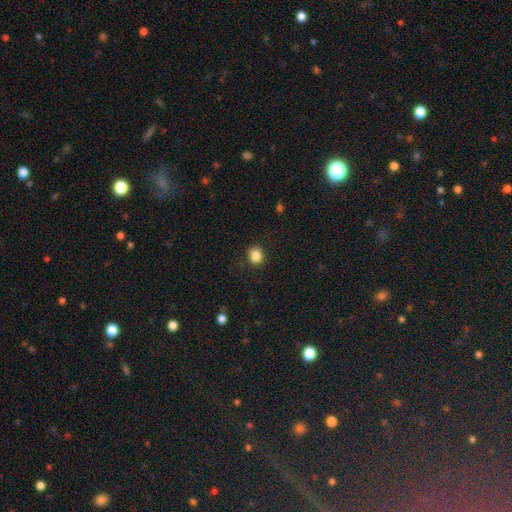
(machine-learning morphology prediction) type=smooth (86%); roundness=round (69%); merging=none (88%).